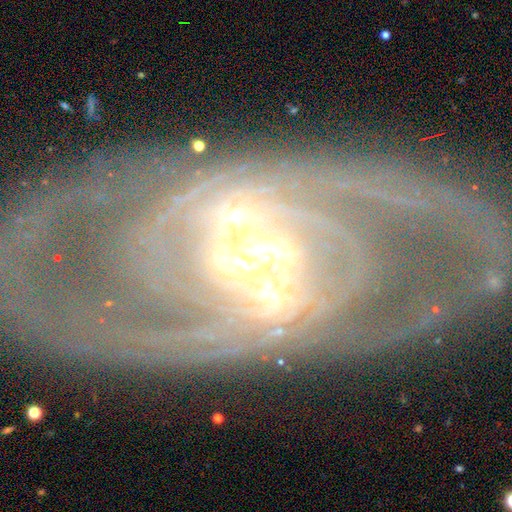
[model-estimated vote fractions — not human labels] A featured or disk galaxy (90%) with a strong bar (45%), 2 (45%) tight (53%) spiral arms (96%) and a moderate central bulge (47%).

Vote fractions:
- Smooth or featured? featured or disk: 90% / star or artifact: 6% / smooth: 4%
- Edge-on disk? no: 95% / yes: 5%
- Bar? strong: 45% / weak: 36% / no: 19%
- Spiral arms? yes: 96% / no: 4%
- Spiral winding? tight: 53% / medium: 35% / loose: 12%
- Spiral arm count? 2: 45% / can't tell: 17% / 3: 12% / 4: 9% / more than 4: 8% / 1: 8%
- Bulge size? moderate: 47% / small: 40% / large: 7% / none: 4% / dominant: 2%
- Merging? none: 64% / minor disturbance: 18% / major disturbance: 13% / merger: 4%